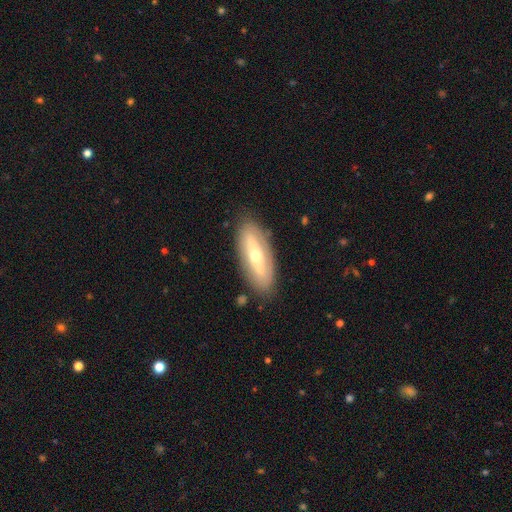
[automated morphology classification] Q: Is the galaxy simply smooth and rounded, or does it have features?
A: featured or disk — 56%.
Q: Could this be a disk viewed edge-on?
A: no — 64%.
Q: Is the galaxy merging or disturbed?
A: none — 87%.